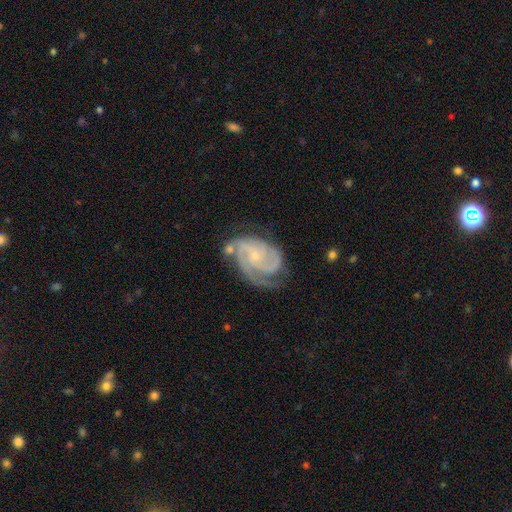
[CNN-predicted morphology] This appears to be a featured or disk galaxy (90%) with no bar (67%), 3 (45%) tight (58%) spiral arms (98%) and a small central bulge (77%). Merging: none (58%).